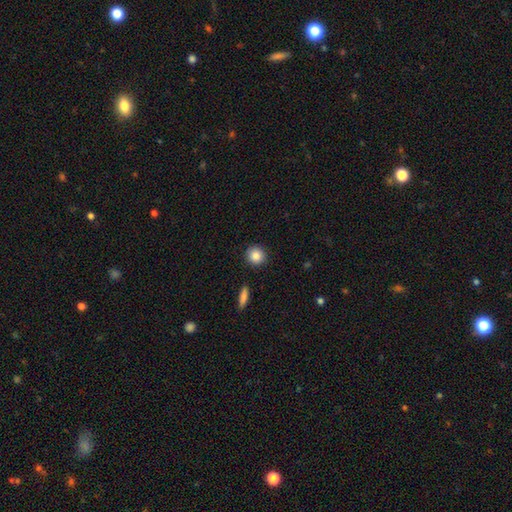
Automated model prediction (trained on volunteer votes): Smooth or featured? Predicted: smooth (p=0.86). How rounded? Predicted: round (p=0.91). Merging? Predicted: none (p=0.91).